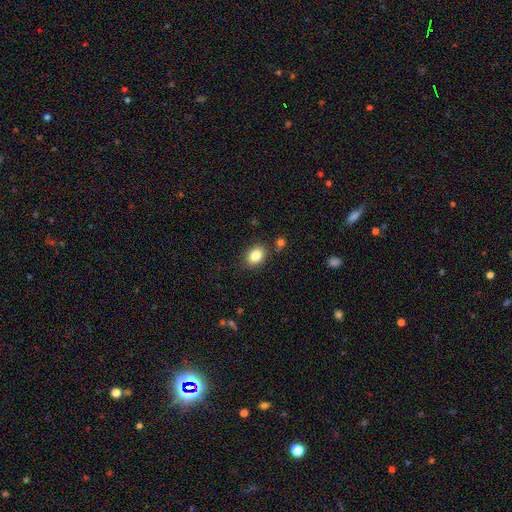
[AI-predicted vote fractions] A smooth galaxy with no disk features (84%) that is in between round and cigar-shaped (66%).

Vote fractions:
- Smooth or featured? smooth: 84% / star or artifact: 9% / featured or disk: 7%
- How rounded? in between: 66% / round: 33% / cigar-shaped: 1%
- Merging? none: 80% / minor disturbance: 13% / merger: 4% / major disturbance: 3%